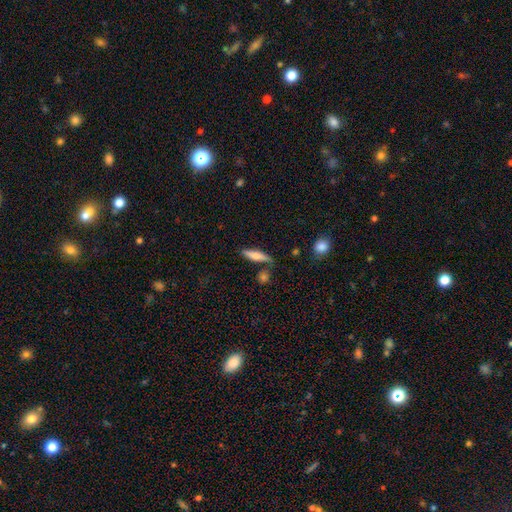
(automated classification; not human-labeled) Q: Smooth or featured?
A: smooth (68%); runner-up: featured or disk (26%)
Q: How rounded?
A: cigar-shaped (74%); runner-up: in between (24%)
Q: Merging?
A: none (71%); runner-up: minor disturbance (16%)